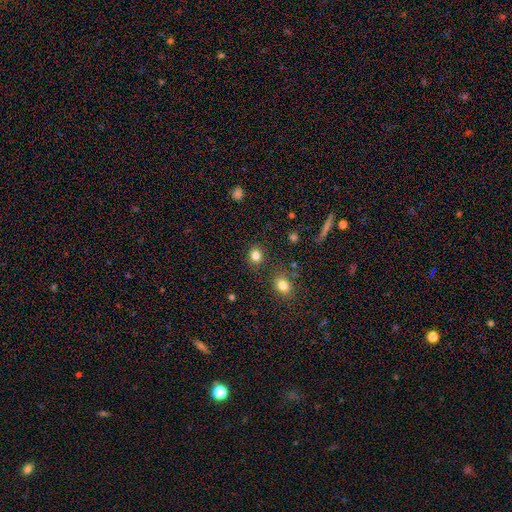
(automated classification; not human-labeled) Morphology: type=smooth (83%); roundness=round (79%); merging=none (86%).